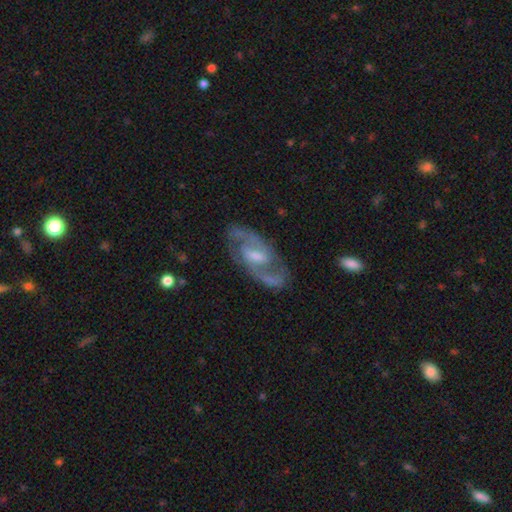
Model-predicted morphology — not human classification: Overall: featured or disk (89%). Edge-on disk: no (96%). Bar: weak (55%; no 22%). Spiral arms: yes (96%). Spiral arm count: 2 (89%). Spiral winding: medium (59%; tight 25%). Bulge size: moderate (44%; small 42%). Merging: none (79%).